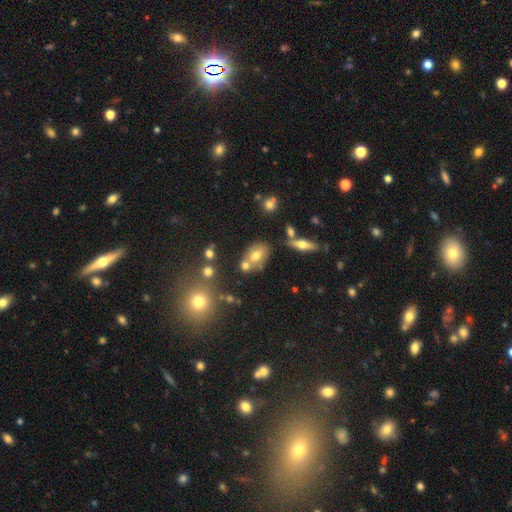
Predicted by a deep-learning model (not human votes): The model was most divided on "merging": none: 52%, merger: 30%, minor disturbance: 14%, major disturbance: 5%. More confident: how rounded — in between (79%); smooth or featured — smooth (63%).